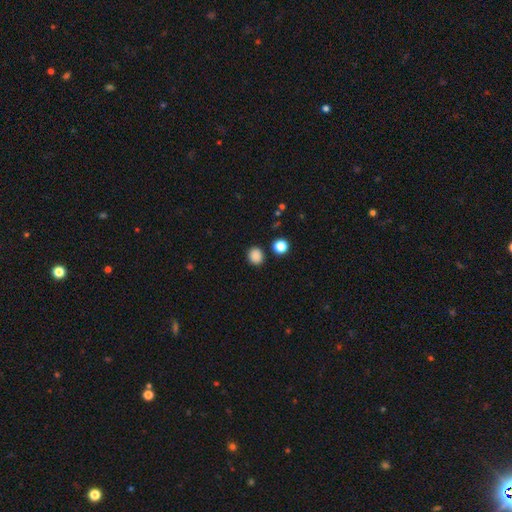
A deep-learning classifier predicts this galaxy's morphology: smooth_or_featured: smooth (p=0.86) [alt: star or artifact p=0.11]
how_rounded: round (p=0.80) [alt: in between p=0.19]
merging: none (p=0.87) [alt: minor disturbance p=0.07]